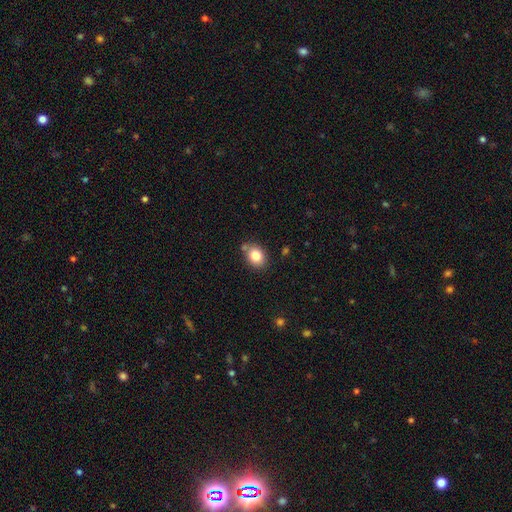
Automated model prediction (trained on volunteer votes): A smooth galaxy with no disk features (82%) that is in between round and cigar-shaped (55%).

Vote fractions:
- Smooth or featured? smooth: 82% / star or artifact: 9% / featured or disk: 9%
- How rounded? in between: 55% / round: 45% / cigar-shaped: 1%
- Merging? none: 73% / minor disturbance: 16% / merger: 8% / major disturbance: 4%